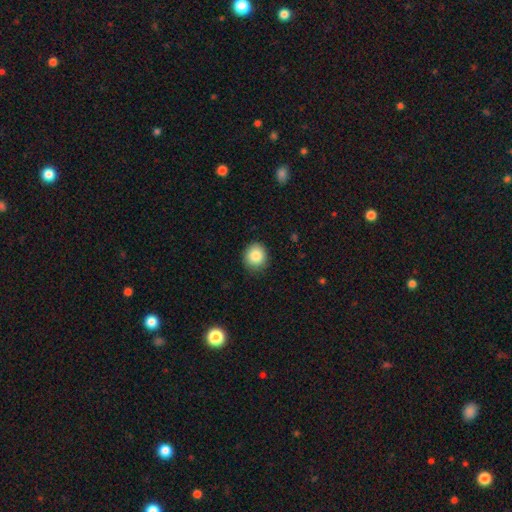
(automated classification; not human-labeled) This is clearly a smooth galaxy (87%). How rounded: clearly round (83%). Merging: clearly none (87%).